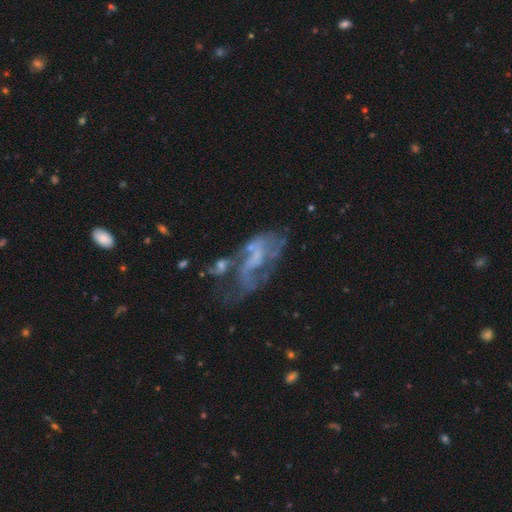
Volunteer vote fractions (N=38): Morphology: type=featured or disk (84%); edge-on=no (88%); bar=no (54%); spiral arms=yes (79%); winding=loose (68%); arm count=2 (82%); bulge=none (39%); merging=none (37%).